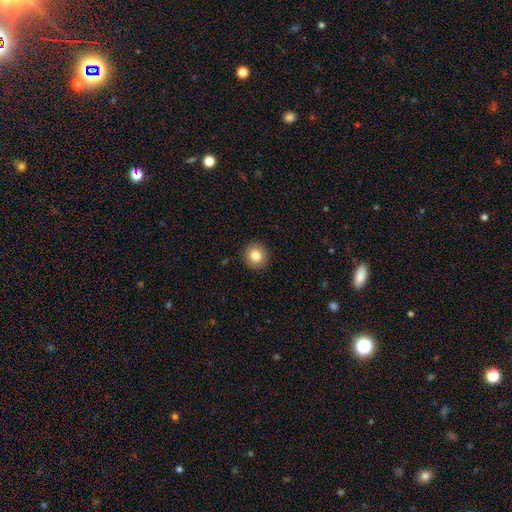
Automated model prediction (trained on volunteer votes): Morphology: type=smooth (83%); roundness=round (91%); merging=none (92%).